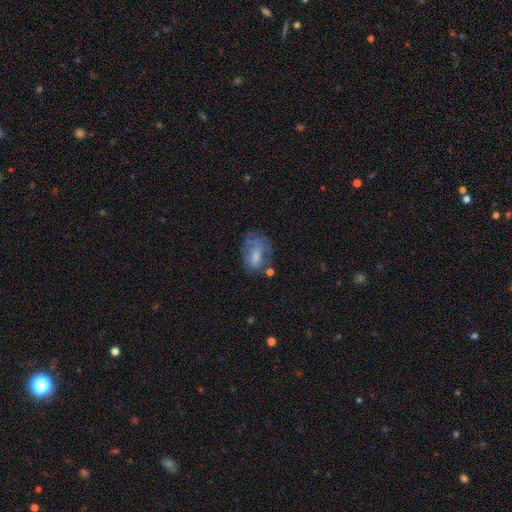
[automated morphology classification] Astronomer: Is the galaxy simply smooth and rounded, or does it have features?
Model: smooth — 54% (runner-up: featured or disk, 36%).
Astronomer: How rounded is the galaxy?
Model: in between — 82%.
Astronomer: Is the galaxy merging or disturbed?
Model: none — 40% (runner-up: minor disturbance, 26%).